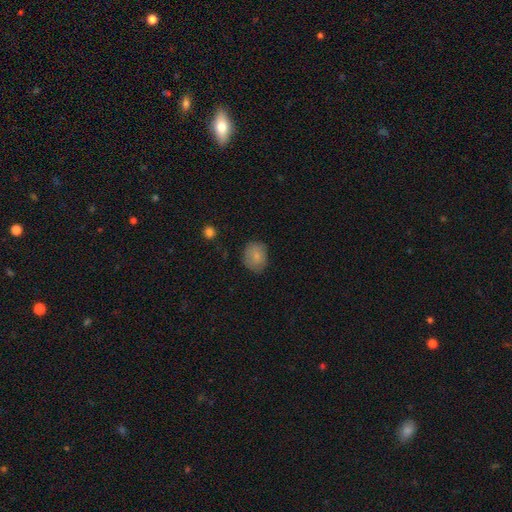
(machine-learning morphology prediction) Overall: smooth (79%). How rounded: round (64%; in between 35%). Merging: none (75%).